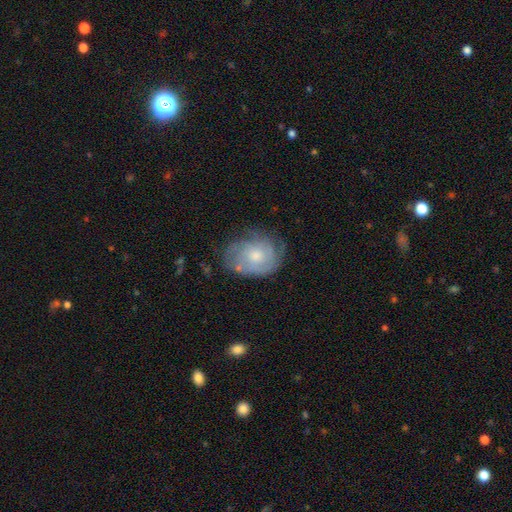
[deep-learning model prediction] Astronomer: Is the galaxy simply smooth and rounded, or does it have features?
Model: featured or disk — 63%.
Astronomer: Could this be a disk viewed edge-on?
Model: no — 97%.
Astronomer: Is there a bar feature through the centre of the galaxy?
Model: no — 82%.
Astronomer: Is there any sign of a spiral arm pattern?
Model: yes — 79%.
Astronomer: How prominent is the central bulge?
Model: moderate — 57% (runner-up: small, 33%).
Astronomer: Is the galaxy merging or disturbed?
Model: none — 65%.